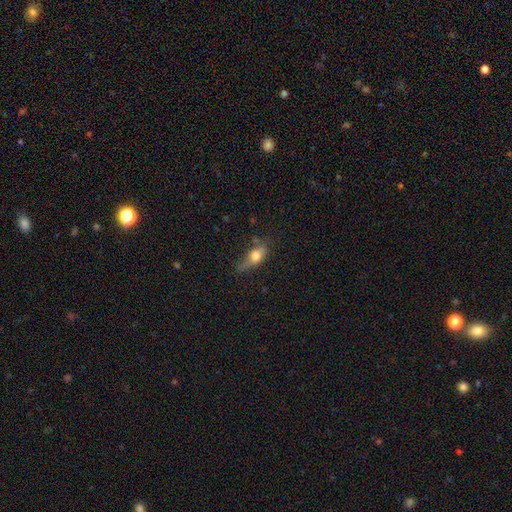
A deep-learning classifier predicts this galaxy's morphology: smooth_or_featured: smooth (p=0.67) [alt: featured or disk p=0.24]
how_rounded: in between (p=0.70) [alt: cigar-shaped p=0.19]
merging: none (p=0.41) [alt: minor disturbance p=0.35]